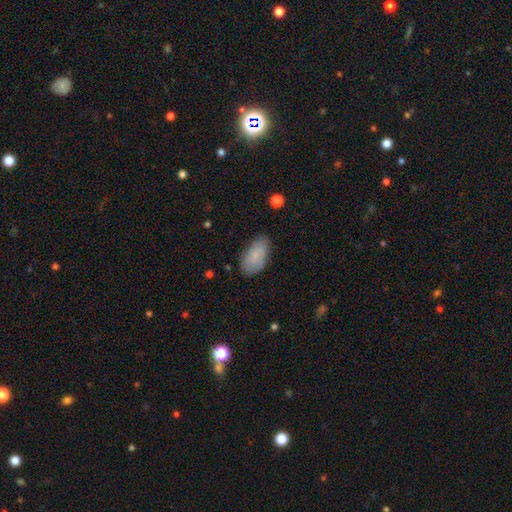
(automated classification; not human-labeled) Q: Smooth or featured?
A: smooth (77%); runner-up: featured or disk (16%)
Q: How rounded?
A: in between (94%); runner-up: round (3%)
Q: Merging?
A: none (75%); runner-up: minor disturbance (19%)